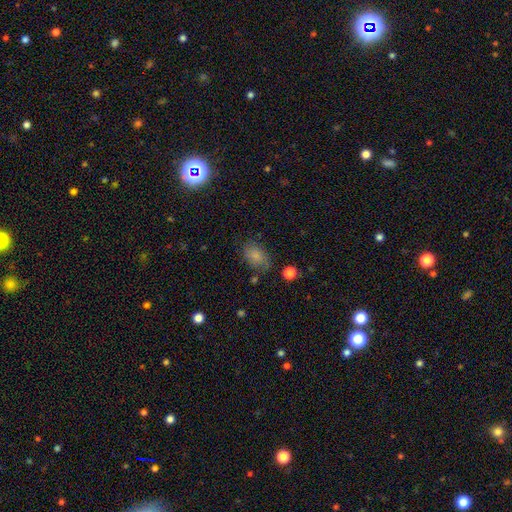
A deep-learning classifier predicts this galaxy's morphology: Smooth or featured?
  - smooth: 78% *
  - featured or disk: 12%
  - star or artifact: 10%
How rounded?
  - in between: 85% *
  - round: 14%
  - cigar-shaped: 2%
Merging?
  - none: 68% *
  - minor disturbance: 22%
  - major disturbance: 7%
  - merger: 3%